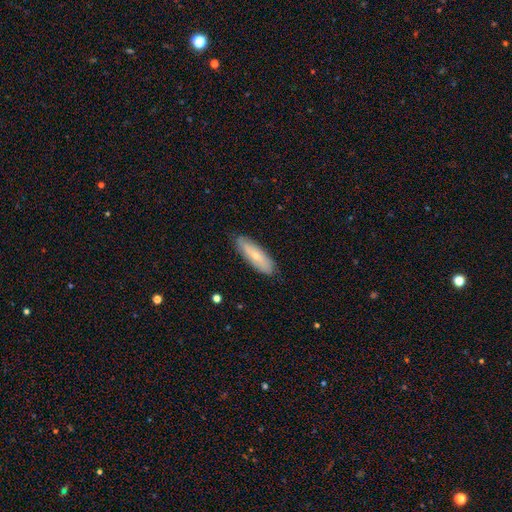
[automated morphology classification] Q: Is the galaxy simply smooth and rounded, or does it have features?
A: smooth — 54%.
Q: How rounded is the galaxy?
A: in between — 50%.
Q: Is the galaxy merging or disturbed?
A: none — 84%.